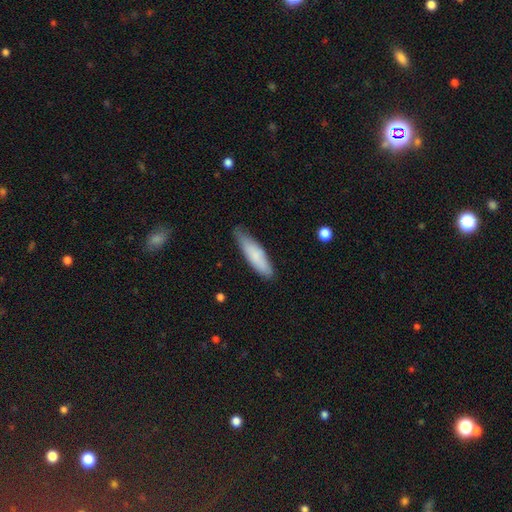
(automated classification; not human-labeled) smooth-or-featured: smooth: 79% | featured or disk: 15% | star or artifact: 6%
  how-rounded: cigar-shaped: 66% | in between: 32% | round: 1%
  merging: none: 72% | minor disturbance: 24% | major disturbance: 3% | merger: 1%